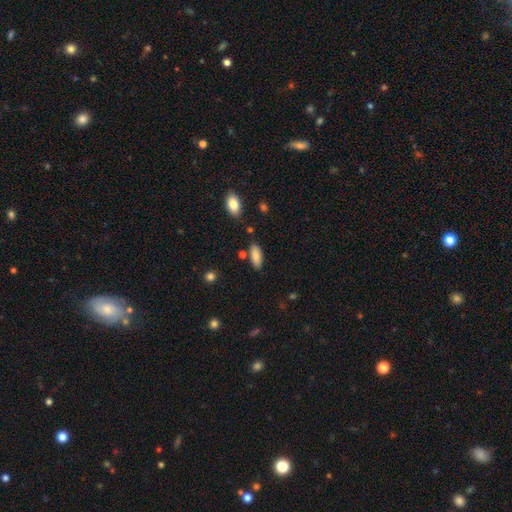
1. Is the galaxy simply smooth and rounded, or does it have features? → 97% smooth, 3% star or artifact, 0% featured or disk.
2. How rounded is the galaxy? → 72% in between, 28% cigar-shaped, 0% round.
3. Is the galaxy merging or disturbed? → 78% none, 14% minor disturbance, 6% merger, 3% major disturbance.